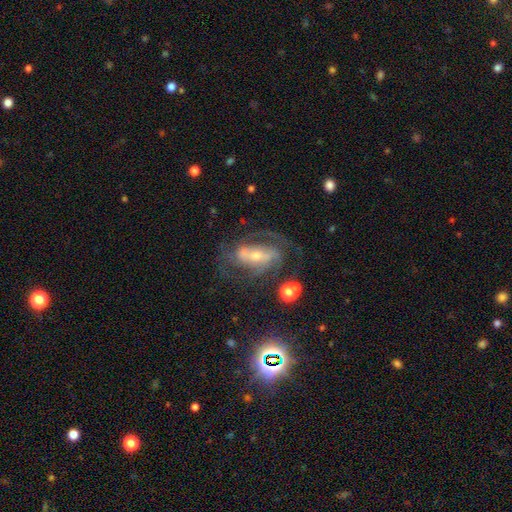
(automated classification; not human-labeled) This is likely a featured or disk galaxy (77%). It is clearly not viewed edge-on (91%). Bar: possibly strong (45%). Spiral arm pattern: clearly yes (85%). Spiral arm count: likely 2 (64%). Spiral winding: possibly medium (46%). Central bulge: possibly small (53%). Merging: possibly none (59%).